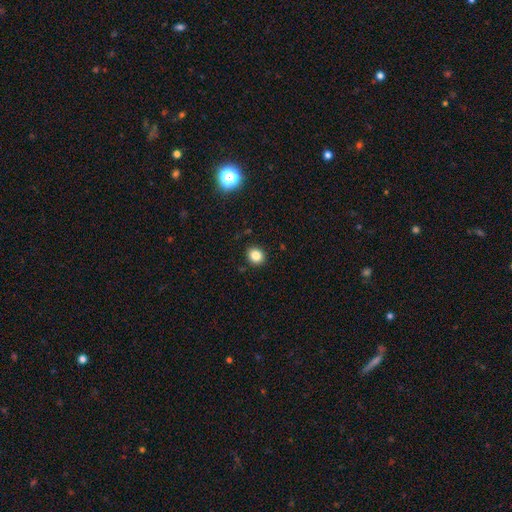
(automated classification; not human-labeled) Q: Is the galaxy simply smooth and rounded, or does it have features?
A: smooth — 83%.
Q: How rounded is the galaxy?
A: round — 75%.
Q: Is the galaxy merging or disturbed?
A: none — 90%.